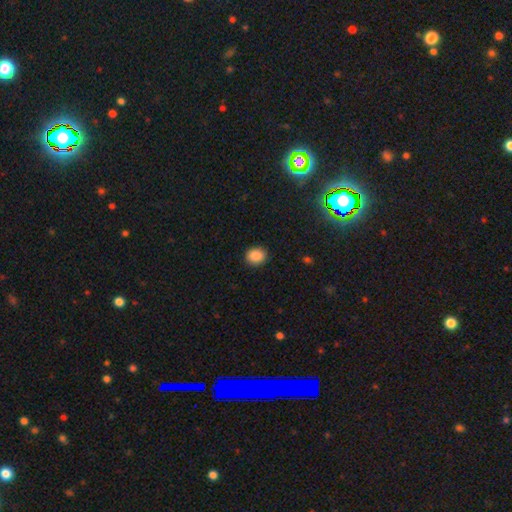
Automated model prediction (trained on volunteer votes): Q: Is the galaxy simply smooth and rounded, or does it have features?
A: smooth — 88%.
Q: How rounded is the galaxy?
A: round — 62%.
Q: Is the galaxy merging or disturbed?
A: none — 89%.